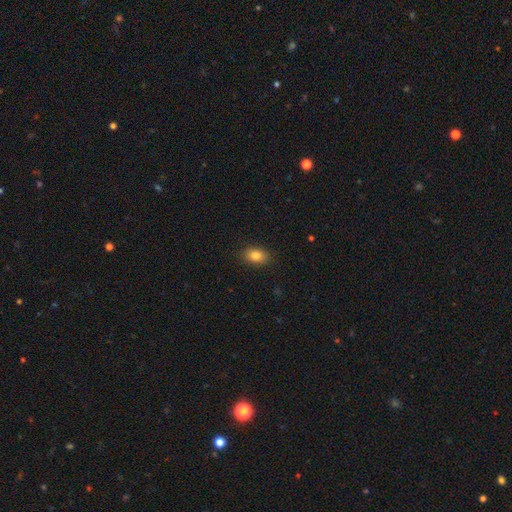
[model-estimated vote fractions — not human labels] Q: Smooth or featured?
A: smooth (83%); runner-up: star or artifact (9%)
Q: How rounded?
A: in between (83%); runner-up: round (16%)
Q: Merging?
A: none (89%); runner-up: minor disturbance (8%)